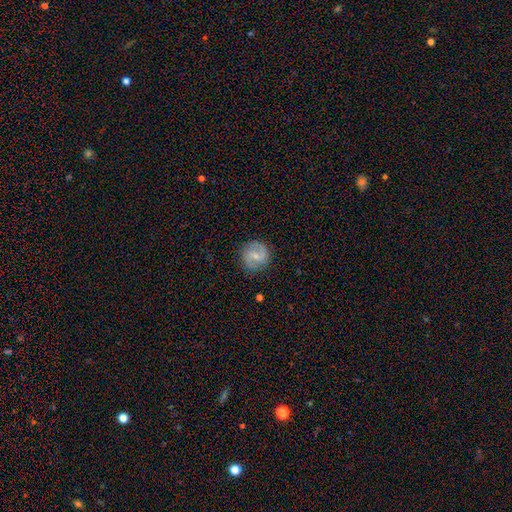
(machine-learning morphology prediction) Smooth or featured? Predicted: featured or disk (p=0.69). Edge-on disk? Predicted: no (p=0.98). Bar? Predicted: weak (p=0.53). Spiral arms? Predicted: yes (p=0.92). Spiral winding? Predicted: medium (p=0.51). Spiral arm count? Predicted: 2 (p=0.90). Bulge size? Predicted: small (p=0.59). Merging? Predicted: none (p=0.85).